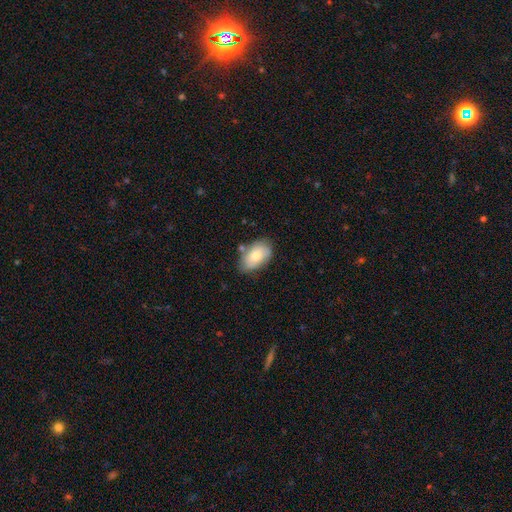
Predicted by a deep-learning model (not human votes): The model was most divided on "merging": none: 68%, minor disturbance: 21%, merger: 6%, major disturbance: 4%. More confident: how rounded — in between (92%); smooth or featured — smooth (74%).